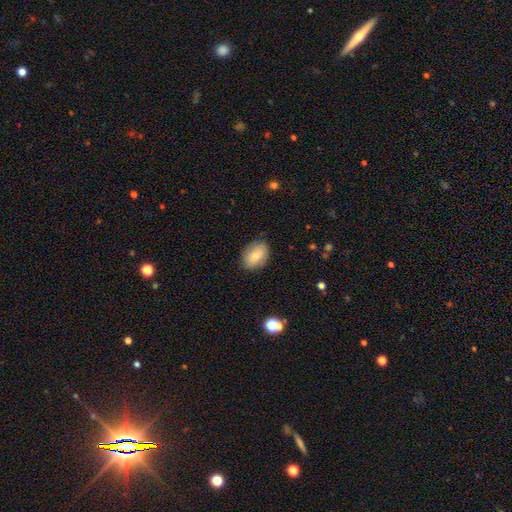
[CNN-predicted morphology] Smooth or featured: smooth — 72% (featured or disk — 20%)
How rounded: in between — 79% (round — 20%)
Merging: none — 81% (minor disturbance — 14%)